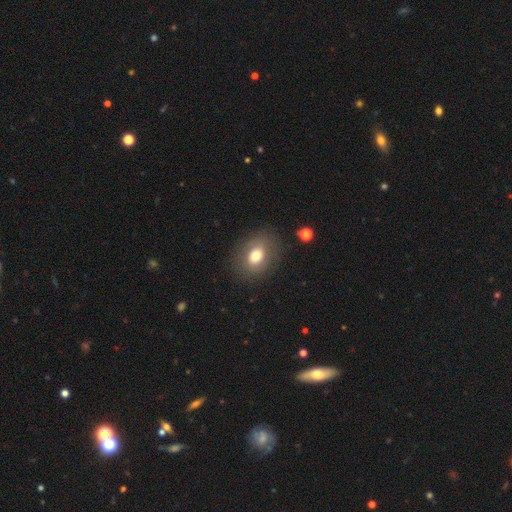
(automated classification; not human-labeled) A smooth galaxy with no disk features (73%) that is in between round and cigar-shaped (63%).

Vote fractions:
- Smooth or featured? smooth: 73% / featured or disk: 17% / star or artifact: 10%
- How rounded? in between: 63% / round: 36% / cigar-shaped: 1%
- Merging? none: 82% / minor disturbance: 11% / major disturbance: 5% / merger: 2%